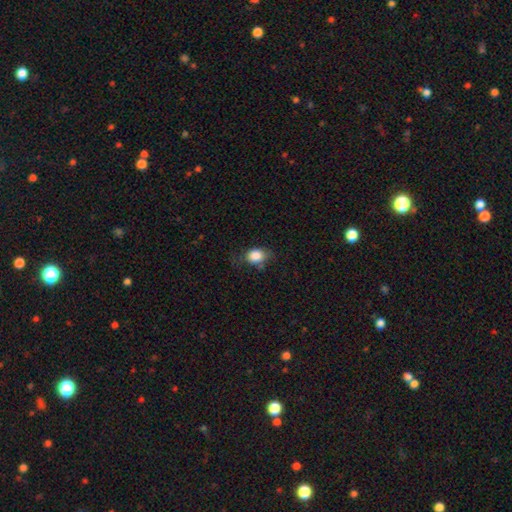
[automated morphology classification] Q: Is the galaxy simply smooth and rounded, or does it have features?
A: smooth — 84%.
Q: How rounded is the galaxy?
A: round — 49%, tied with in between.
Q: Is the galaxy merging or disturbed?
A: none — 58%.